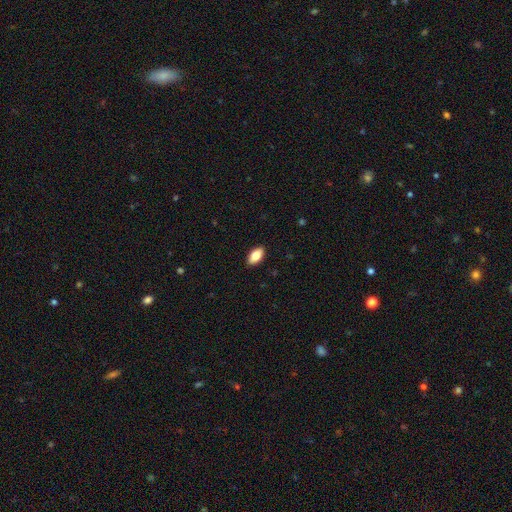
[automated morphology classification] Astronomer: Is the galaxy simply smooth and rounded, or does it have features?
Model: smooth — 83%.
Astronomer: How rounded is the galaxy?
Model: in between — 93%.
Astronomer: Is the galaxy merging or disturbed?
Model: none — 90%.